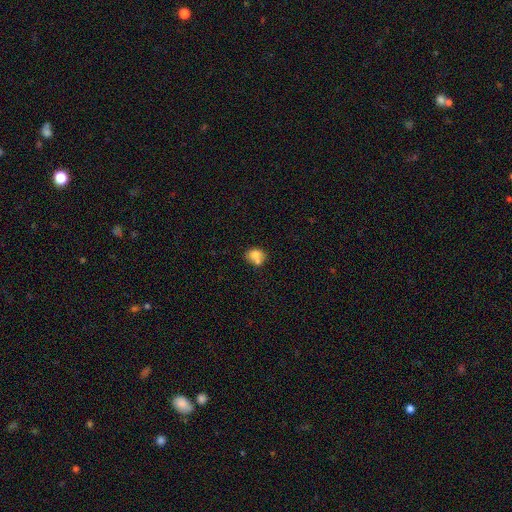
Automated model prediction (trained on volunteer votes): The model was most divided on "merging": none: 44%, merger: 38%, minor disturbance: 14%, major disturbance: 4%. More confident: smooth or featured — smooth (74%); how rounded — round (59%).